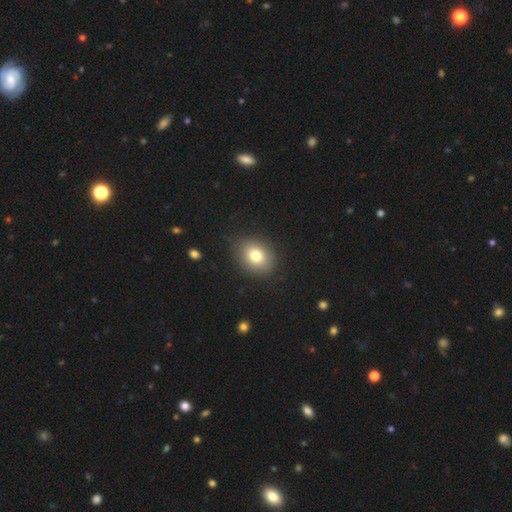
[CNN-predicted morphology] Smooth or featured?
  - smooth: 78% *
  - featured or disk: 12%
  - star or artifact: 11%
How rounded?
  - in between: 55% *
  - round: 44%
  - cigar-shaped: 1%
Merging?
  - none: 87% *
  - minor disturbance: 9%
  - major disturbance: 3%
  - merger: 1%